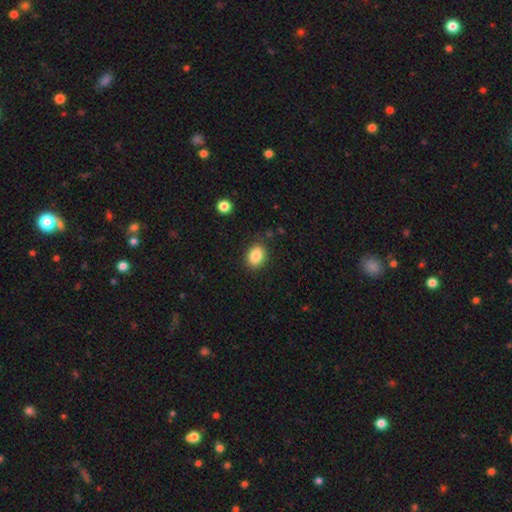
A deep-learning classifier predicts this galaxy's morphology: This is clearly a smooth galaxy (86%). How rounded: likely in between (61%). Merging: clearly none (84%).